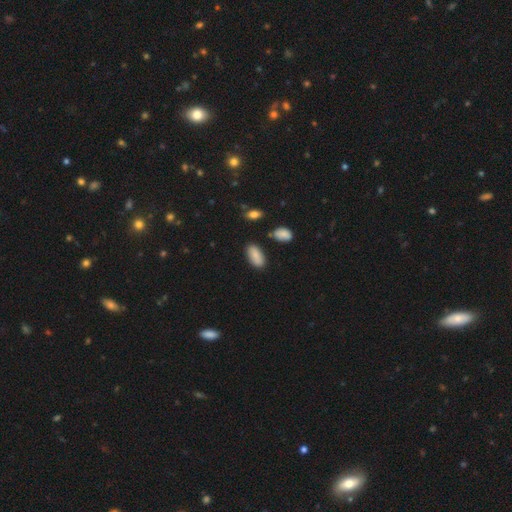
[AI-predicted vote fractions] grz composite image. It shows a smooth galaxy with no disk features (86%) that is in between round and cigar-shaped (91%). Merging: none (82%).